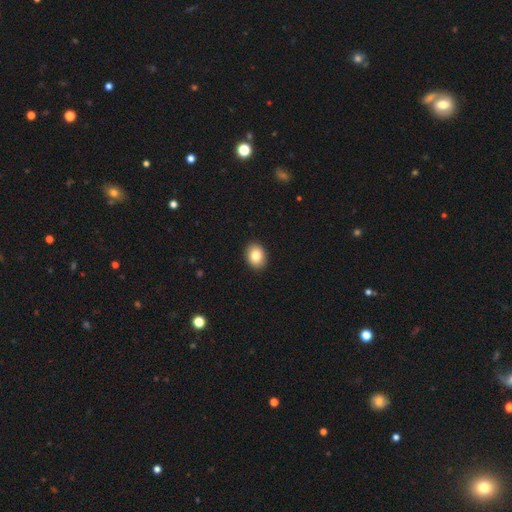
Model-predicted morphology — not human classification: This appears to be a smooth galaxy with no disk features (84%) that is in between round and cigar-shaped (63%). Merging: none (91%).